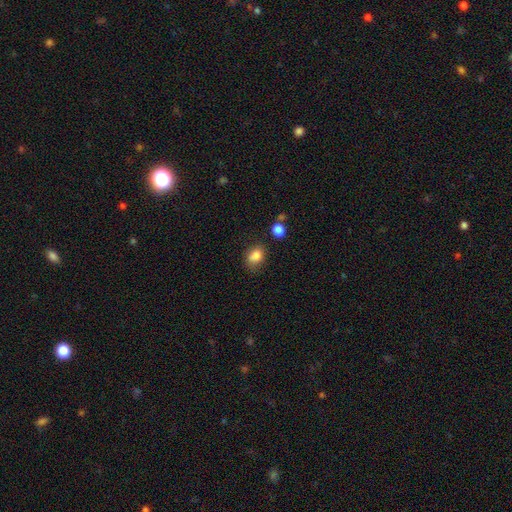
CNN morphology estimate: smooth-or-featured: smooth: 82% | star or artifact: 10% | featured or disk: 7%
  how-rounded: in between: 62% | round: 37% | cigar-shaped: 1%
  merging: none: 58% | minor disturbance: 25% | merger: 9% | major disturbance: 8%